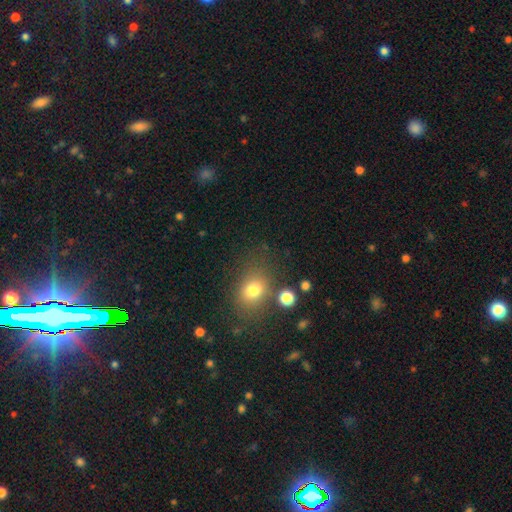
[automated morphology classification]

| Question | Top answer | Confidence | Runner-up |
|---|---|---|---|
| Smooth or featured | smooth | 59% | star or artifact (31%) |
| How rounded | in between | 53% | round (45%) |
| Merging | none | 79% | minor disturbance (12%) |